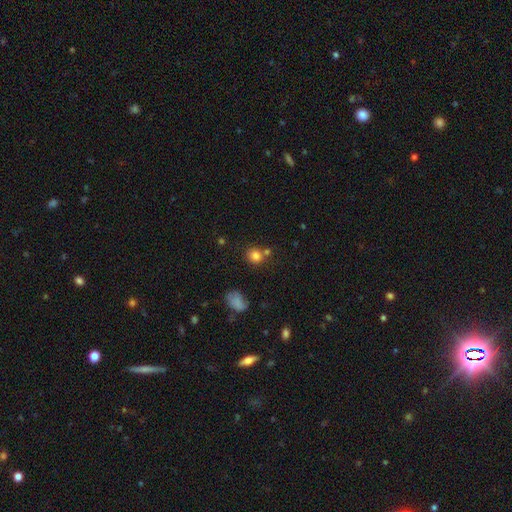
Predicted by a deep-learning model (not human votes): Q: Smooth or featured?
A: smooth (80%); runner-up: star or artifact (13%)
Q: How rounded?
A: round (78%); runner-up: in between (21%)
Q: Merging?
A: none (65%); runner-up: merger (20%)